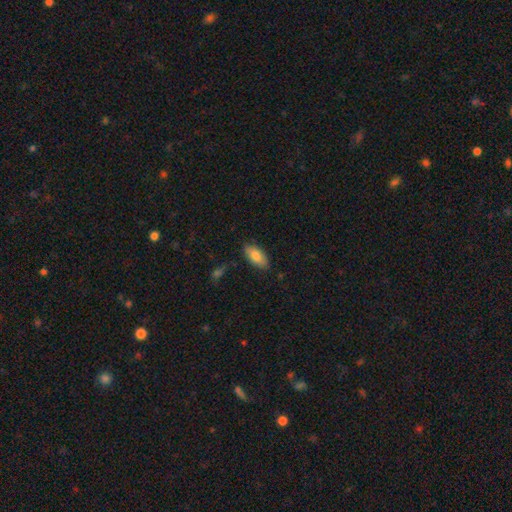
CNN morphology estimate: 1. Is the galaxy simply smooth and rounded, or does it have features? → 82% smooth, 11% featured or disk, 7% star or artifact.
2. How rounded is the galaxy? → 89% in between, 8% cigar-shaped, 2% round.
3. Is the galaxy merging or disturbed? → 83% none, 13% minor disturbance, 2% major disturbance, 2% merger.